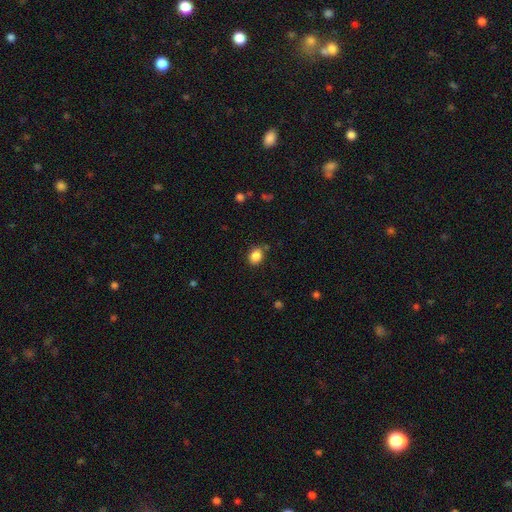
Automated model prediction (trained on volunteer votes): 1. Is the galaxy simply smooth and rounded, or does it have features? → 86% smooth, 10% star or artifact, 4% featured or disk.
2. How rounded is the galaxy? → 51% round, 48% in between, 1% cigar-shaped.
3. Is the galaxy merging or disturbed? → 81% none, 12% minor disturbance, 3% merger, 3% major disturbance.